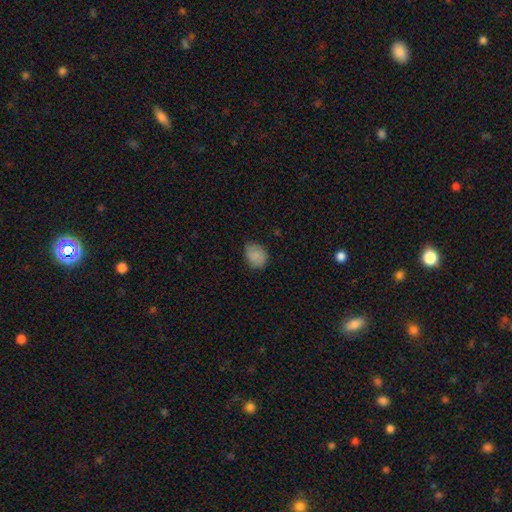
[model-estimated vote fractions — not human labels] Smooth or featured? smooth (86%)
How rounded? in between (58%)
Merging? none (72%)